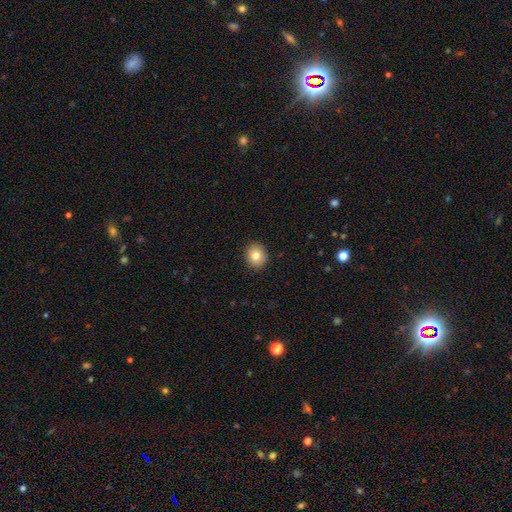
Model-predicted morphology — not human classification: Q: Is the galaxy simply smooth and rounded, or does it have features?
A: smooth — 80%.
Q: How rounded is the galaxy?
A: round — 80%.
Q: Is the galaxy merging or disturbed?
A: none — 91%.